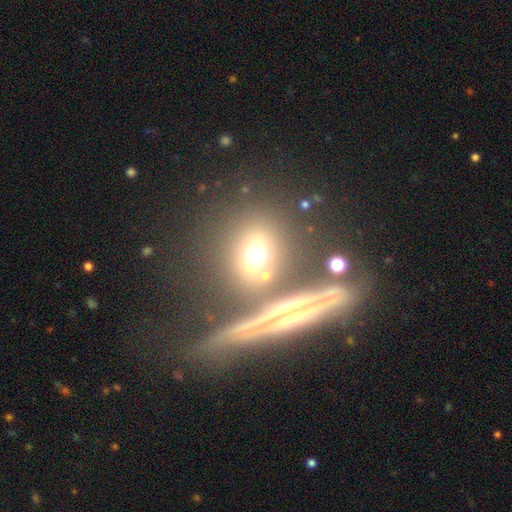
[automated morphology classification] smooth-or-featured: smooth: 50% | featured or disk: 28% | star or artifact: 21%
  how-rounded: in between: 48% | round: 46% | cigar-shaped: 6%
  merging: none: 69% | minor disturbance: 13% | merger: 11% | major disturbance: 7%